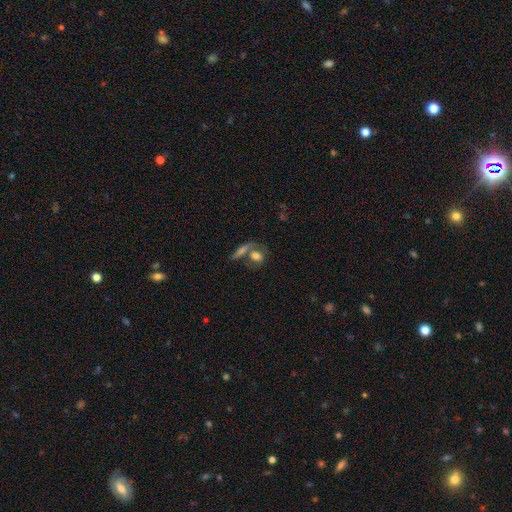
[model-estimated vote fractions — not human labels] Smooth or featured: smooth — 64% (featured or disk — 27%)
How rounded: in between — 62% (round — 29%)
Merging: merger — 48% (none — 33%)